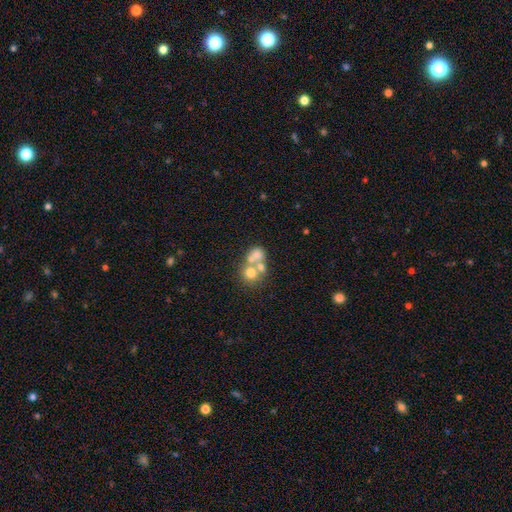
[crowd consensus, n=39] Overall: smooth (59%; featured or disk 31%). How rounded: round (74%). Merging: merger (63%).